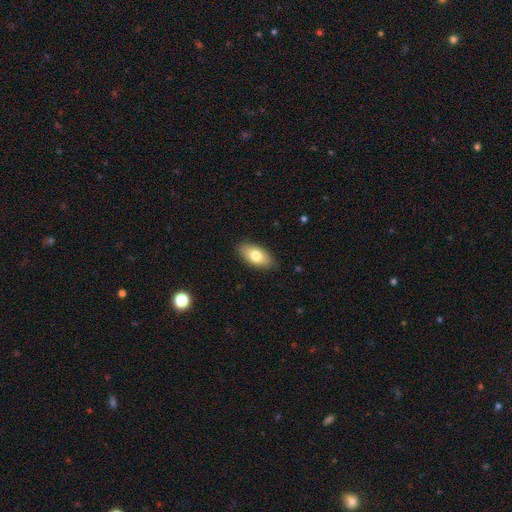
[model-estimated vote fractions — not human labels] This appears to be a smooth galaxy with no disk features (76%) that is in between round and cigar-shaped (91%). Merging: none (85%).